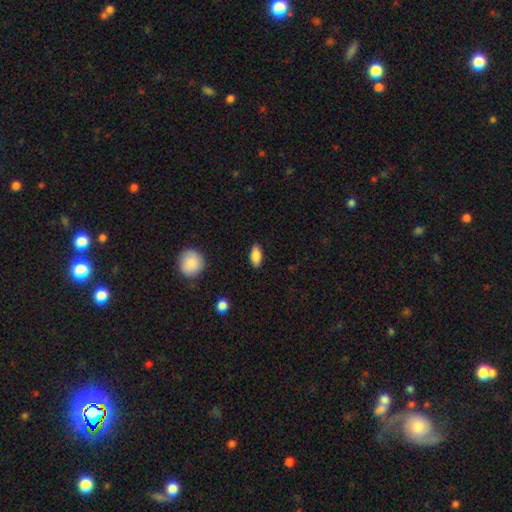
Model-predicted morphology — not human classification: Overall: smooth (83%). How rounded: in between (85%). Merging: none (86%).